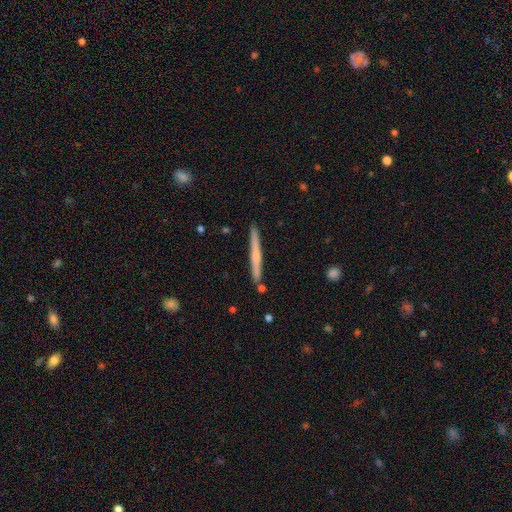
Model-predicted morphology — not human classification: type=featured or disk (48%); merging=none (89%).